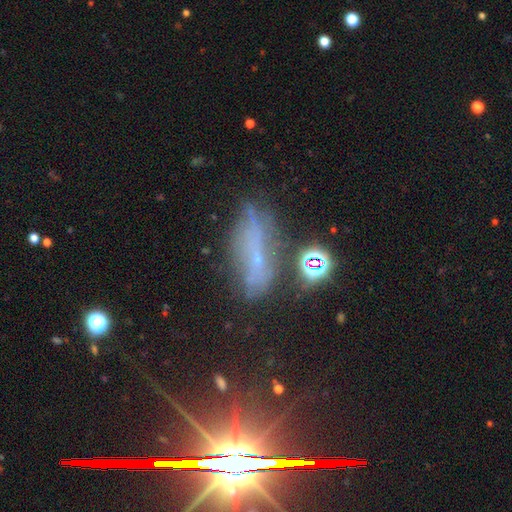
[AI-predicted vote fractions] Smooth or featured: featured or disk — 44% (star or artifact — 29%)
Merging: none — 59% (minor disturbance — 23%)